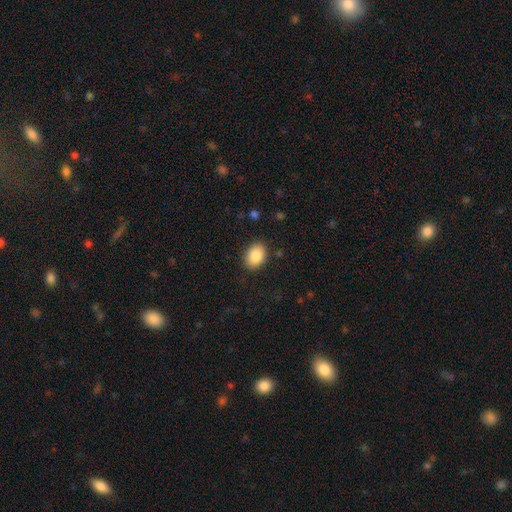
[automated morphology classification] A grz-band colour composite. It shows a smooth galaxy with no disk features (87%) that is in between round and cigar-shaped (73%). Merging: none (87%).